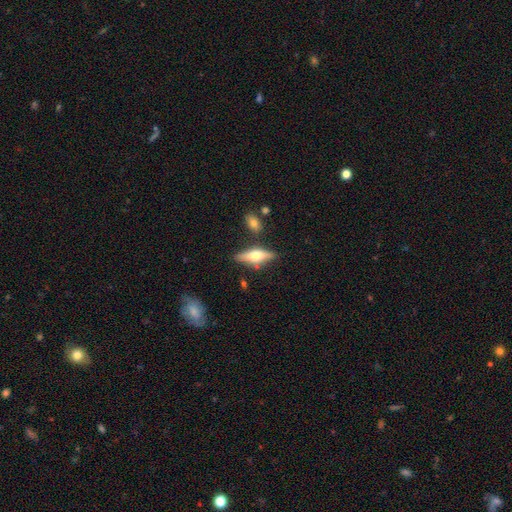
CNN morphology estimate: This is possibly a featured or disk galaxy (51%). It is clearly viewed edge-on (90%). Merging: likely none (75%).